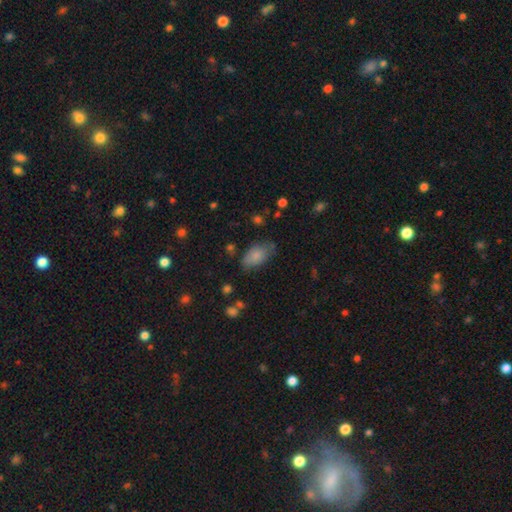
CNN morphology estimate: Q: Smooth or featured?
A: smooth (82%); runner-up: featured or disk (10%)
Q: How rounded?
A: in between (93%); runner-up: round (4%)
Q: Merging?
A: none (68%); runner-up: minor disturbance (23%)